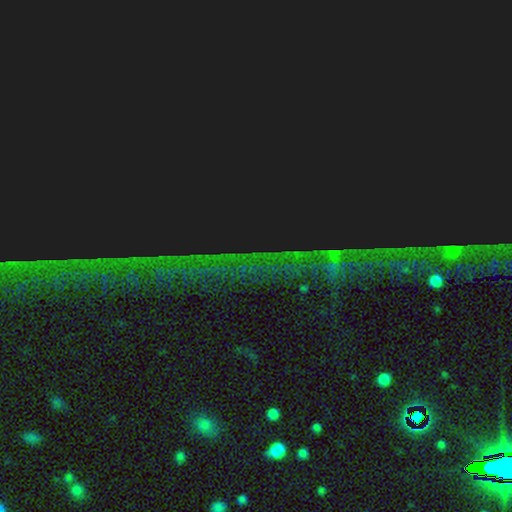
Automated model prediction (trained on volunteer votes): Q: Smooth or featured?
A: star or artifact (85%); runner-up: featured or disk (8%)